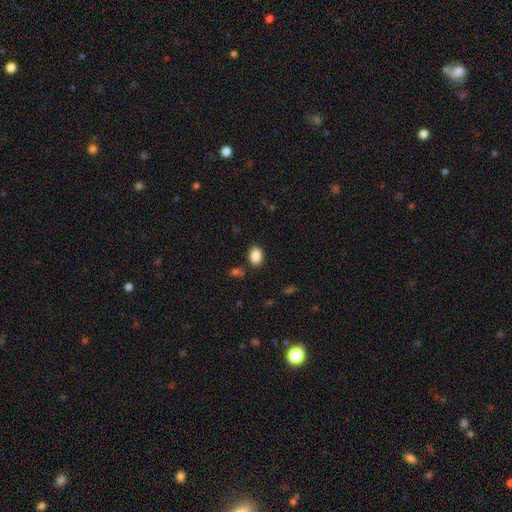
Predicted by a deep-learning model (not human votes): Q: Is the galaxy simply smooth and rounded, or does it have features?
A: smooth — 88%.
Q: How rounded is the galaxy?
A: in between — 77%.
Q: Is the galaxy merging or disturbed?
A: none — 83%.